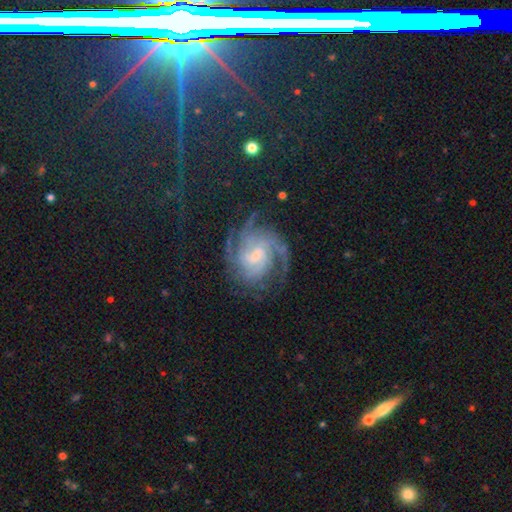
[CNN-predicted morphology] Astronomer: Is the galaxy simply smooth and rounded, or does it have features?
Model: featured or disk — 85%.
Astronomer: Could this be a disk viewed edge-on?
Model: no — 98%.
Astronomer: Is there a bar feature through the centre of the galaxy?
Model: weak — 48% (runner-up: no, 41%).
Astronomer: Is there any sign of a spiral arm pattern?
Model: yes — 98%.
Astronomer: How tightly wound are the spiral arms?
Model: tight — 59% (runner-up: medium, 34%).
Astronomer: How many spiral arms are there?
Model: can't tell — 25% (runner-up: 3, 23%).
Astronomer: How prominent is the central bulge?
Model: small — 43% (runner-up: moderate, 34%).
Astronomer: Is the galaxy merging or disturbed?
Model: none — 72%.